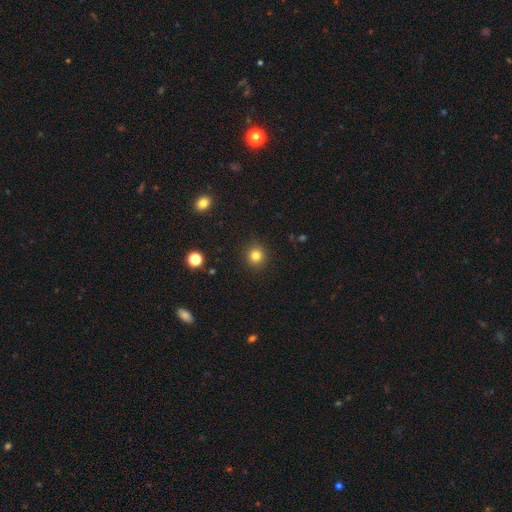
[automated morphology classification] Smooth or featured?
  - smooth: 83% *
  - star or artifact: 12%
  - featured or disk: 5%
How rounded?
  - round: 92% *
  - in between: 7%
  - cigar-shaped: 1%
Merging?
  - none: 91% *
  - minor disturbance: 6%
  - major disturbance: 2%
  - merger: 1%